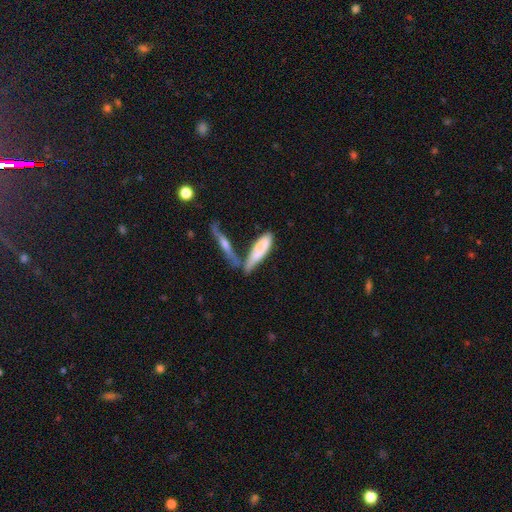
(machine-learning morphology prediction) This appears to be a smooth galaxy with no disk features (70%) that is cigar-shaped (68%). Merging: none (38%).